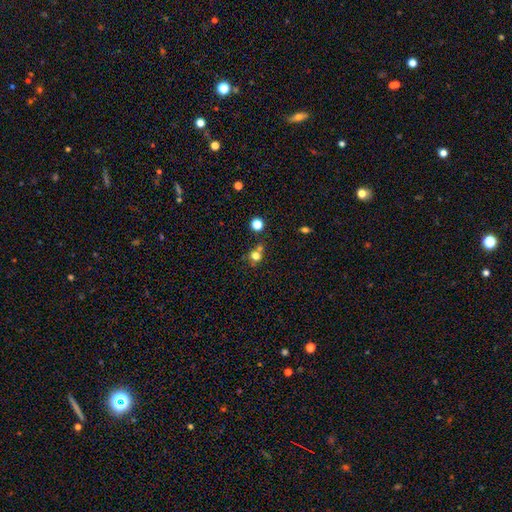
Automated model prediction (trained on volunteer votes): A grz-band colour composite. It shows a smooth galaxy with no disk features (74%) that is round (83%). Merging: none (54%).